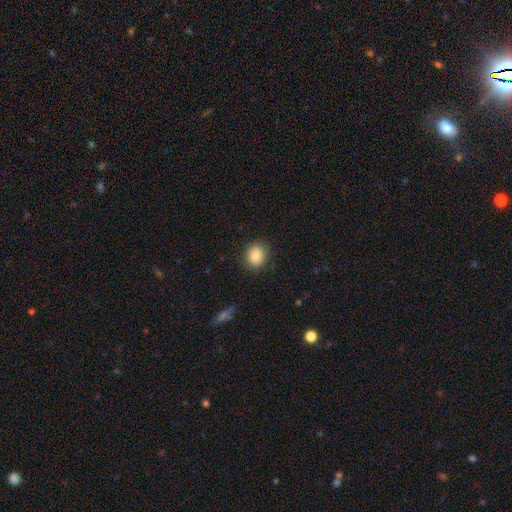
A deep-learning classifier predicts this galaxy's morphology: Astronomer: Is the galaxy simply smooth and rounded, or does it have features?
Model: smooth — 86%.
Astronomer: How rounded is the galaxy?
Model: round — 64%.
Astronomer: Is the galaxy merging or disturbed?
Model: none — 85%.